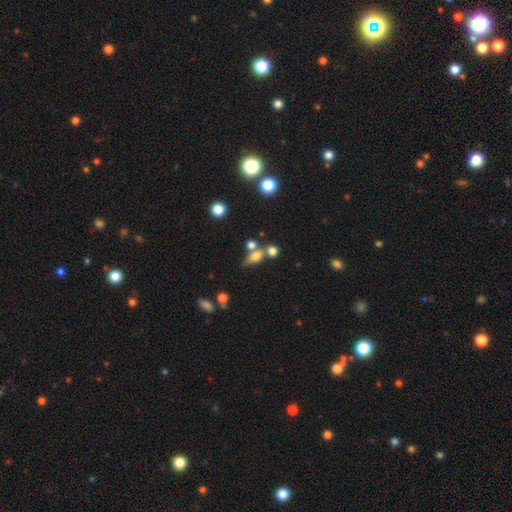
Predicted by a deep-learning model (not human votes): A smooth galaxy with no disk features (70%) that is in between round and cigar-shaped (63%).

Vote fractions:
- Smooth or featured? smooth: 70% / featured or disk: 16% / star or artifact: 13%
- How rounded? in between: 63% / round: 24% / cigar-shaped: 13%
- Merging? none: 41% / merger: 40% / minor disturbance: 12% / major disturbance: 7%